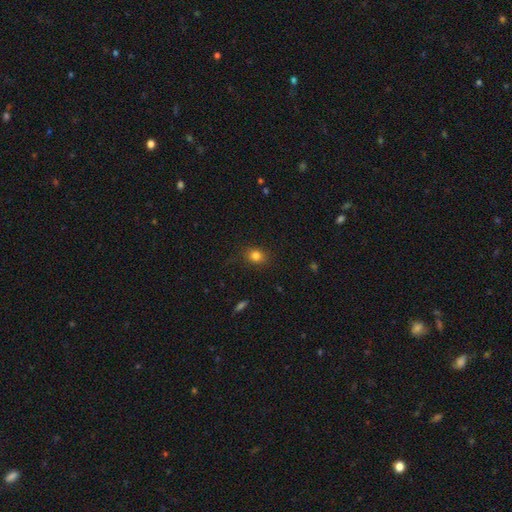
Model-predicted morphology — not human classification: smooth-or-featured: smooth: 82% | star or artifact: 12% | featured or disk: 6%
  how-rounded: round: 57% | in between: 42% | cigar-shaped: 1%
  merging: none: 84% | minor disturbance: 12% | major disturbance: 3% | merger: 1%